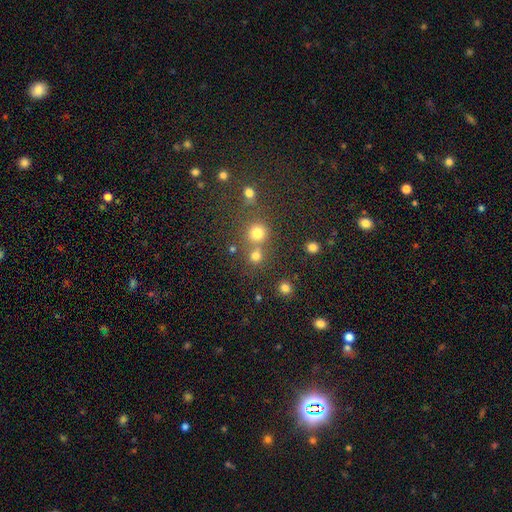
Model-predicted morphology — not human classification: This is likely a smooth galaxy (76%). How rounded: clearly round (90%). Merging: likely none (64%).